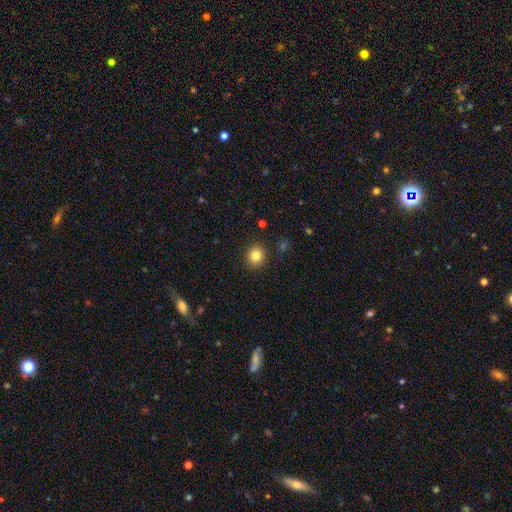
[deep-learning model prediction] Smooth or featured? smooth (82%)
How rounded? round (87%)
Merging? none (90%)